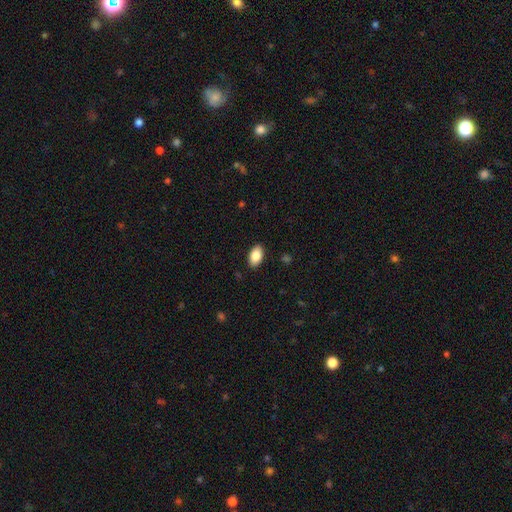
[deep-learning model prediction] A smooth galaxy with no disk features (86%) that is in between round and cigar-shaped (94%). Merging: none (89%).